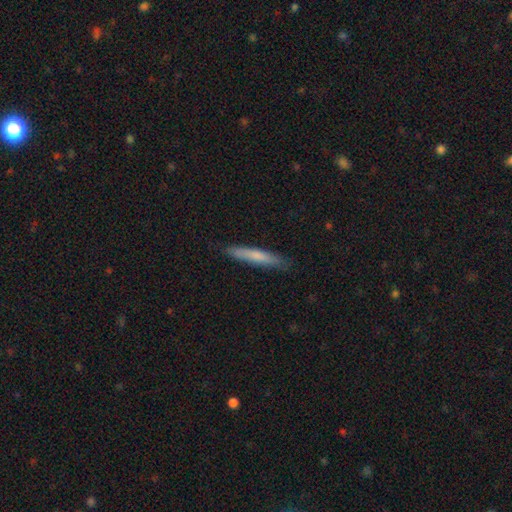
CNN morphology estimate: The model was most divided on "smooth or featured": smooth: 70%, featured or disk: 24%, star or artifact: 6%. More confident: how rounded — cigar-shaped (94%); merging — none (87%).